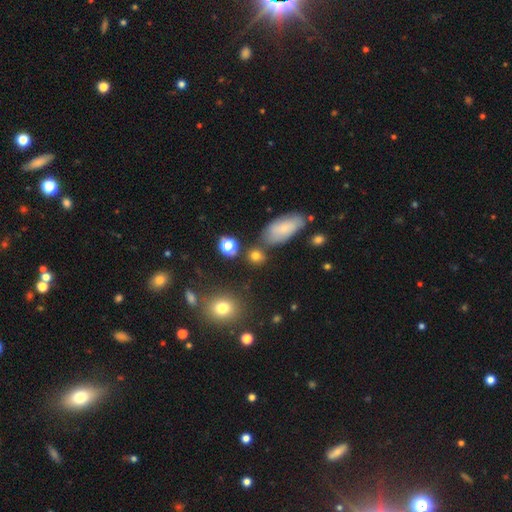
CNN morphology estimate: A smooth galaxy with no disk features (75%) that is round (70%). Merging: none (69%).